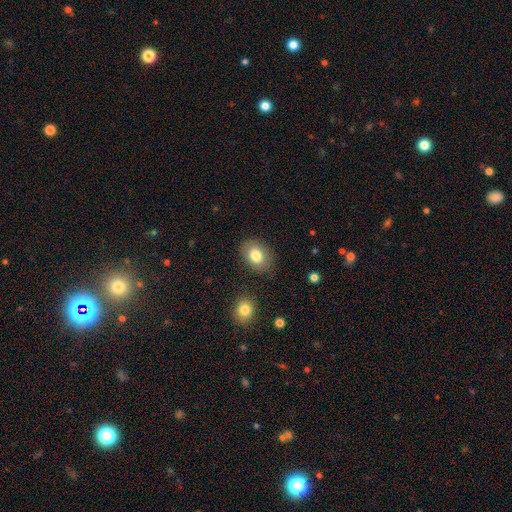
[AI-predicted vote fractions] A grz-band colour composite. It shows a smooth galaxy with no disk features (81%) that is in between round and cigar-shaped (69%). Merging: none (82%).